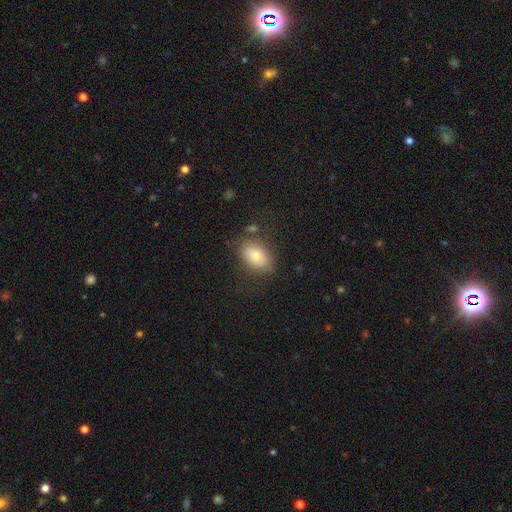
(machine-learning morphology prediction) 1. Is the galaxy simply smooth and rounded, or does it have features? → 75% smooth, 16% featured or disk, 9% star or artifact.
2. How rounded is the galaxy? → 87% in between, 11% round, 2% cigar-shaped.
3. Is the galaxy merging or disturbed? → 75% none, 15% minor disturbance, 5% major disturbance, 4% merger.